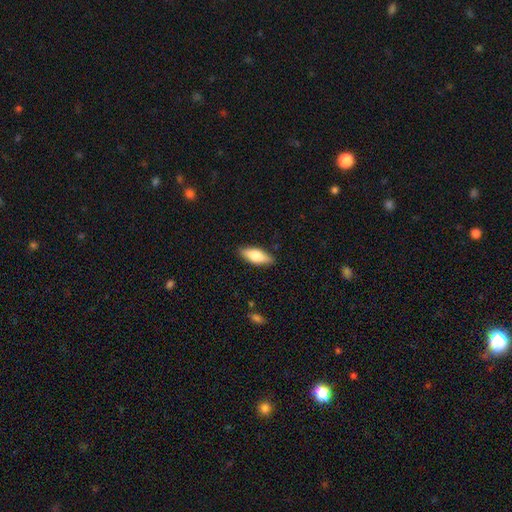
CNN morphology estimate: A smooth galaxy with no disk features (71%) that is in between round and cigar-shaped (70%).

Vote fractions:
- Smooth or featured? smooth: 71% / featured or disk: 23% / star or artifact: 6%
- How rounded? in between: 70% / cigar-shaped: 27% / round: 2%
- Merging? none: 87% / minor disturbance: 10% / major disturbance: 2% / merger: 1%